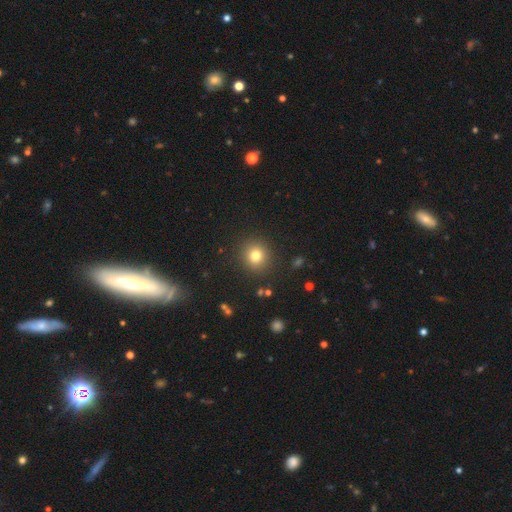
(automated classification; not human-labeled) Smooth or featured? smooth (79%)
How rounded? round (91%)
Merging? none (90%)